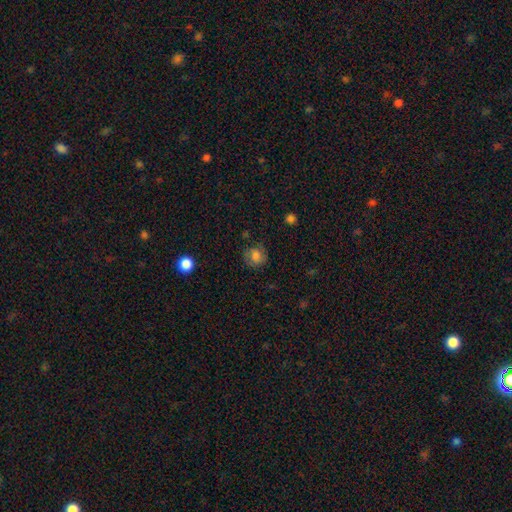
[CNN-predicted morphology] The model was most divided on "merging": none: 73%, minor disturbance: 18%, major disturbance: 7%, merger: 1%. More confident: how rounded — round (81%); smooth or featured — smooth (74%).